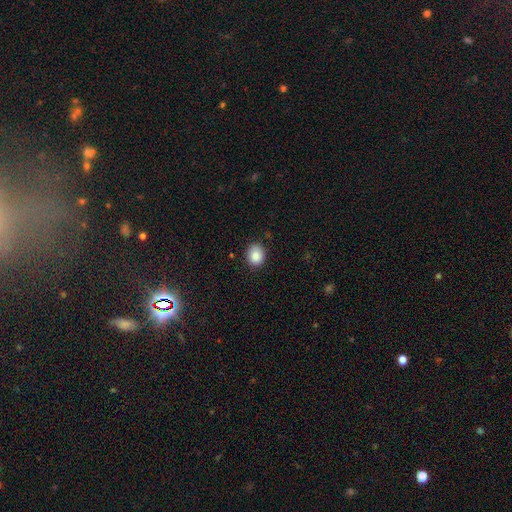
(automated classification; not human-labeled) Smooth or featured?
  - smooth: 88% *
  - star or artifact: 9%
  - featured or disk: 4%
How rounded?
  - round: 58% *
  - in between: 41%
  - cigar-shaped: 1%
Merging?
  - none: 84% *
  - minor disturbance: 12%
  - major disturbance: 3%
  - merger: 1%